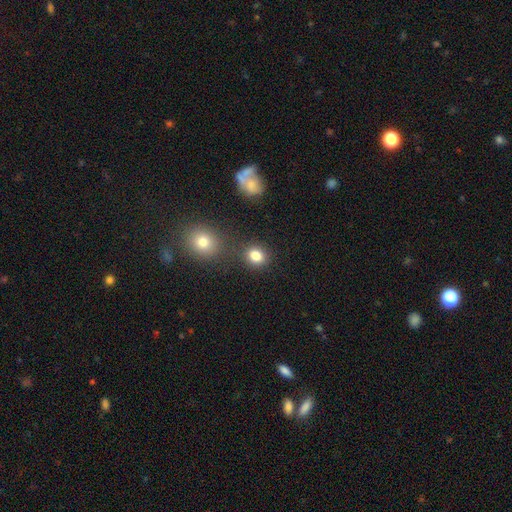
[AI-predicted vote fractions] A smooth galaxy with no disk features (82%) that is round (65%). Merging: none (75%).